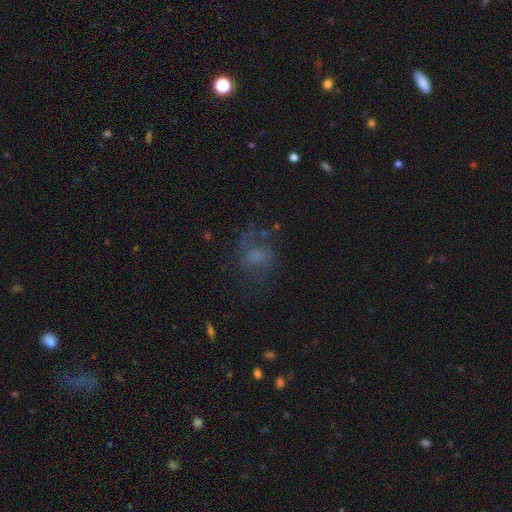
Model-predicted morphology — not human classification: A featured or disk galaxy (45%). Merging: none (52%).